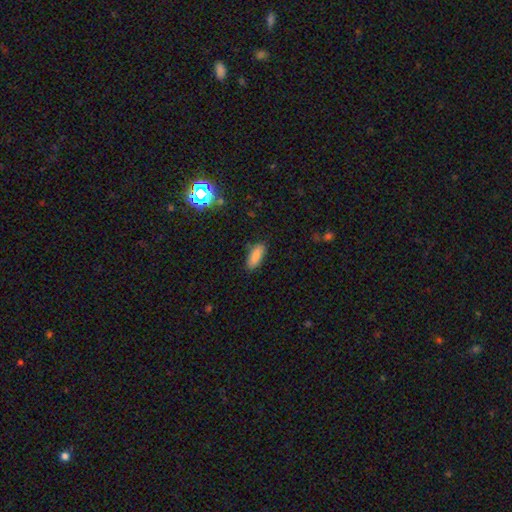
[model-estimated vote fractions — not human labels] This appears to be a smooth galaxy with no disk features (85%) that is in between round and cigar-shaped (76%). Merging: none (82%).